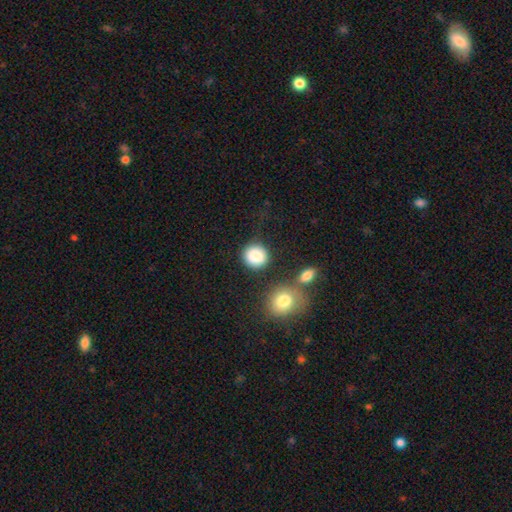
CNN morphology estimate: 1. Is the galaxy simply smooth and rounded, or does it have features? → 86% smooth, 8% star or artifact, 5% featured or disk.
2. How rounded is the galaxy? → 87% round, 12% in between, 1% cigar-shaped.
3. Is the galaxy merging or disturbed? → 75% none, 11% minor disturbance, 8% merger, 5% major disturbance.